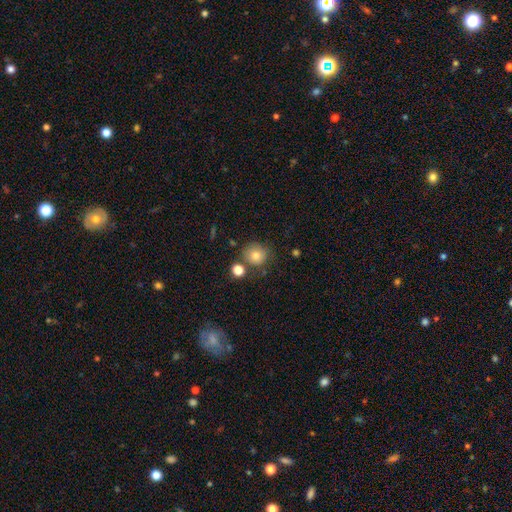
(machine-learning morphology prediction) This is likely a smooth galaxy (79%). How rounded: clearly round (90%). Merging: likely none (73%).